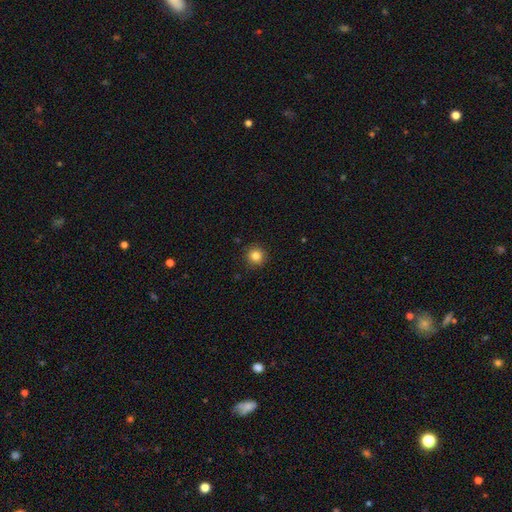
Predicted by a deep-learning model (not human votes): Smooth or featured: smooth — 83% (star or artifact — 11%)
How rounded: round — 93% (in between — 6%)
Merging: none — 91% (minor disturbance — 6%)